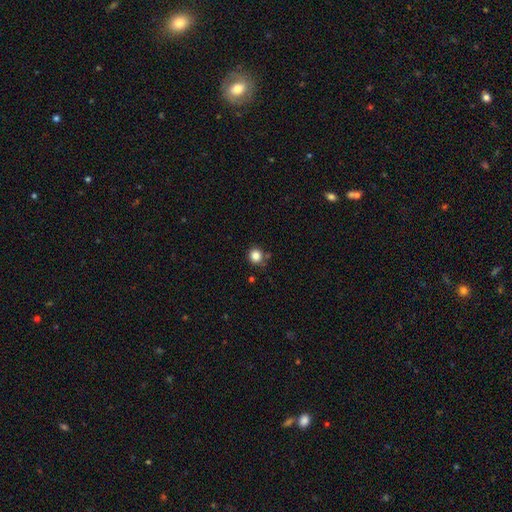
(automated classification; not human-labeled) Smooth or featured: smooth — 84% (star or artifact — 11%)
How rounded: round — 91% (in between — 8%)
Merging: none — 81% (minor disturbance — 12%)